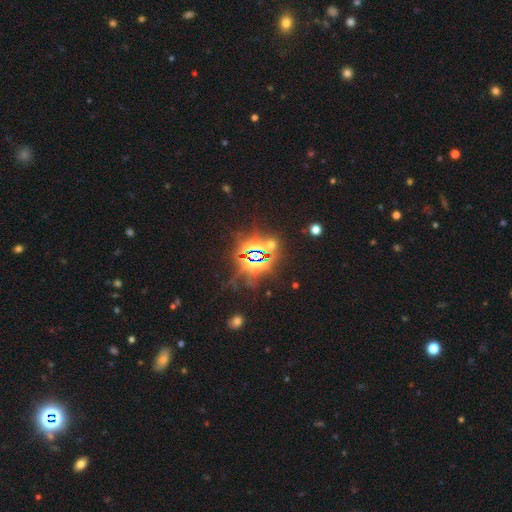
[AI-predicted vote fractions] This appears to be a star or artifact, not a galaxy (82%).